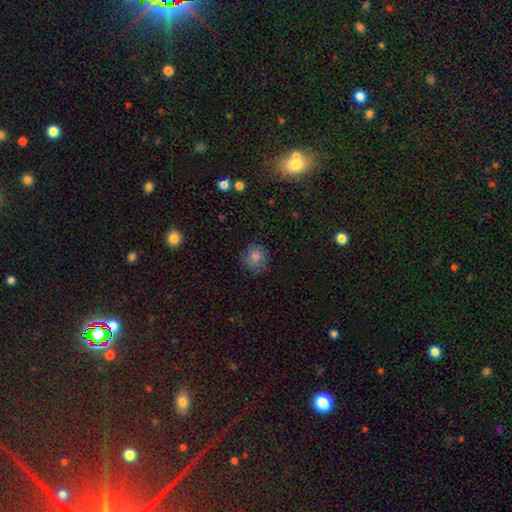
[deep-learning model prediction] Overall: smooth (77%). How rounded: round (84%). Merging: none (77%).